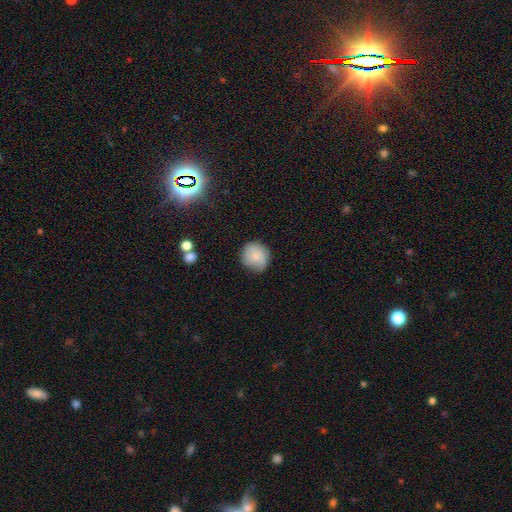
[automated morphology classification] smooth-or-featured: smooth: 71% | featured or disk: 21% | star or artifact: 8%
  how-rounded: round: 88% | in between: 11% | cigar-shaped: 1%
  merging: none: 75% | minor disturbance: 20% | major disturbance: 4% | merger: 2%